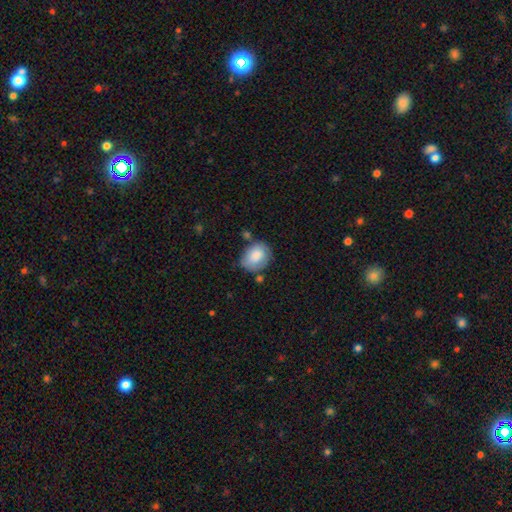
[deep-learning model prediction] A smooth galaxy with no disk features (78%) that is in between round and cigar-shaped (58%).

Vote fractions:
- Smooth or featured? smooth: 78% / featured or disk: 15% / star or artifact: 7%
- How rounded? in between: 58% / round: 41% / cigar-shaped: 1%
- Merging? none: 57% / minor disturbance: 27% / merger: 8% / major disturbance: 8%